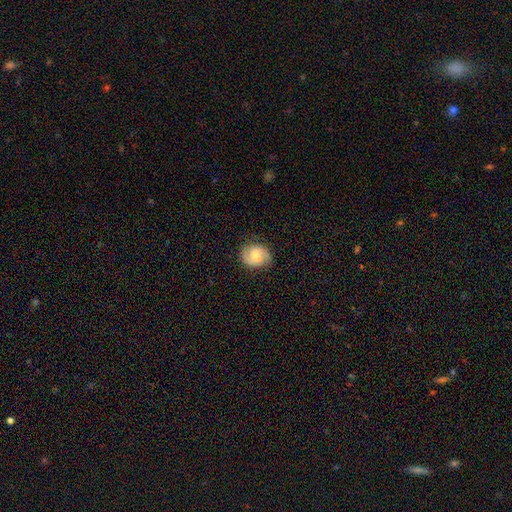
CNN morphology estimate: Overall: featured or disk (66%; smooth 27%). Edge-on disk: no (98%). Bar: weak (58%; no 27%). Spiral arms: yes (94%). Spiral arm count: 2 (90%). Spiral winding: medium (50%; tight 28%). Bulge size: moderate (43%; small 36%). Merging: none (83%).